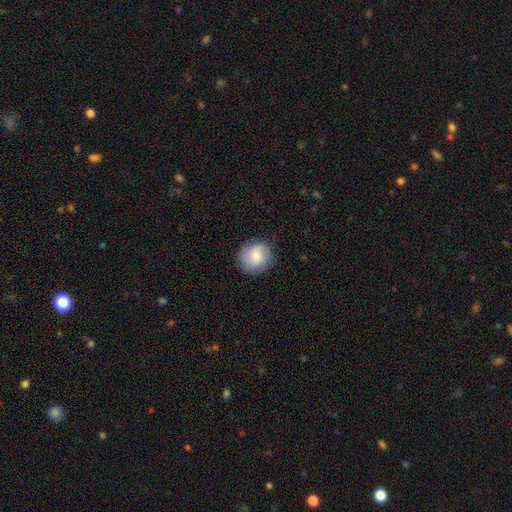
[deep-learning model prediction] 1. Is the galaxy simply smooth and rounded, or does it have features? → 67% smooth, 26% featured or disk, 7% star or artifact.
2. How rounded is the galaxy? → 85% round, 14% in between, 1% cigar-shaped.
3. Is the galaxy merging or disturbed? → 84% none, 12% minor disturbance, 3% major disturbance, 1% merger.